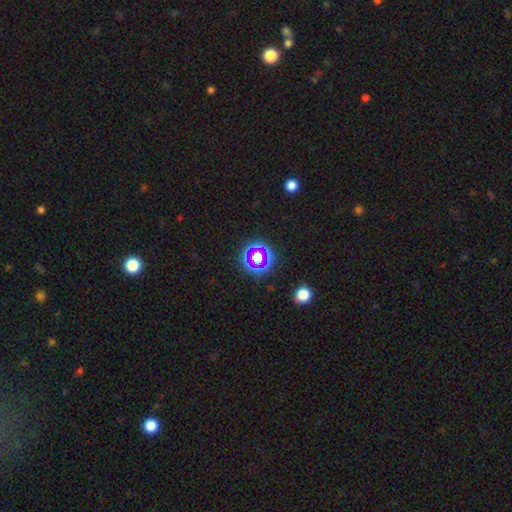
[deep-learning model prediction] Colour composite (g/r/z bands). It shows a star or artifact, not a galaxy (55%).